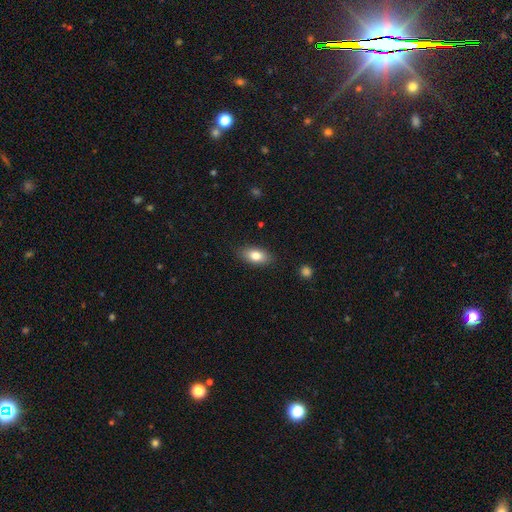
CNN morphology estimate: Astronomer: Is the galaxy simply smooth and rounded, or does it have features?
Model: smooth — 80%.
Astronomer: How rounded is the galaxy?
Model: in between — 88%.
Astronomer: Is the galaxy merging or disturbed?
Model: none — 85%.